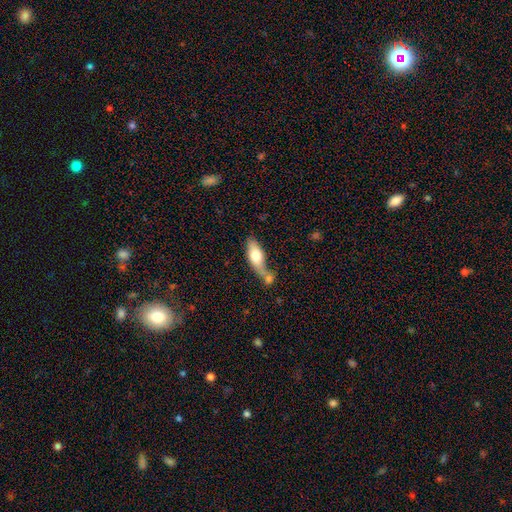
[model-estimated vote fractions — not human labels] smooth_or_featured: smooth (p=0.68) [alt: featured or disk p=0.26]
how_rounded: in between (p=0.75) [alt: cigar-shaped p=0.21]
merging: merger (p=0.42) [alt: none p=0.33]